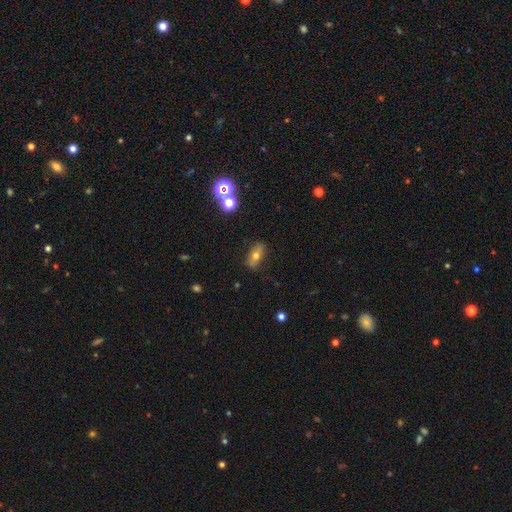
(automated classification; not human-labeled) This is possibly a smooth galaxy (58%). How rounded: likely in between (73%). Merging: clearly none (82%).